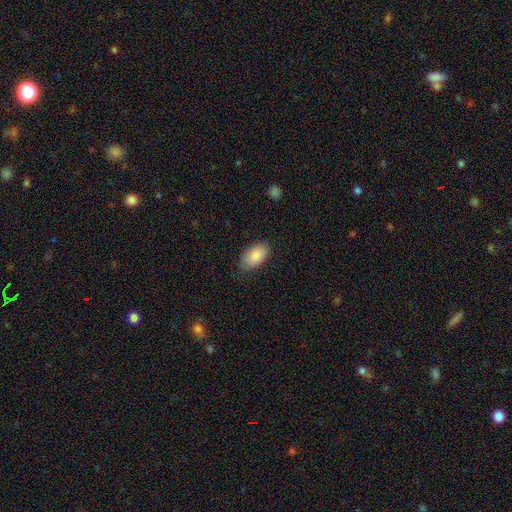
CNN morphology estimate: Smooth or featured? smooth (88%)
How rounded? in between (95%)
Merging? none (76%)